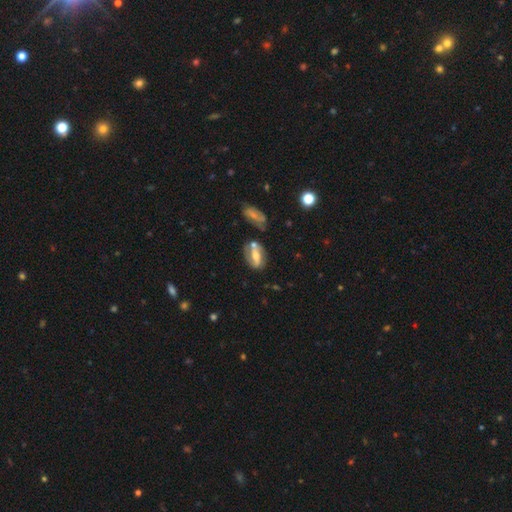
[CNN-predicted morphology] This is likely a featured or disk galaxy (62%). It is clearly not viewed edge-on (90%). Bar: marginally strong (45%). Spiral arm pattern: likely yes (75%). Central bulge: possibly moderate (56%). Merging: possibly none (54%).